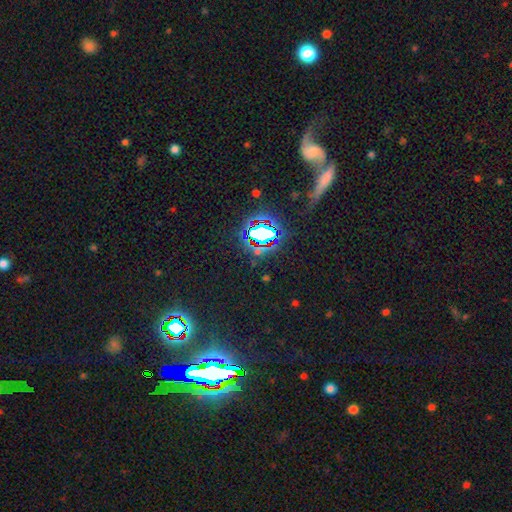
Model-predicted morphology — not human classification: Overall: star or artifact (69%).